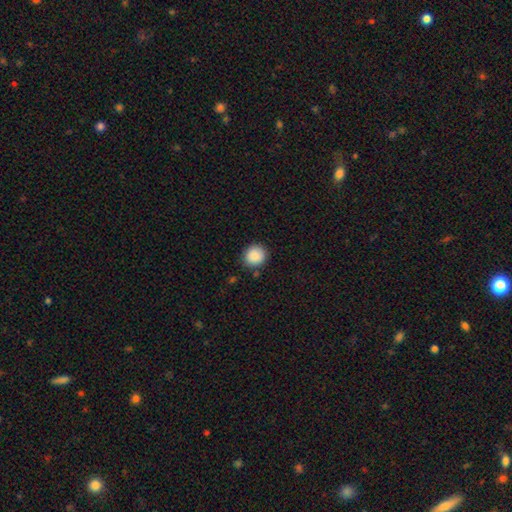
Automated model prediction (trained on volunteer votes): Smooth or featured: smooth — 88% (star or artifact — 8%)
How rounded: round — 86% (in between — 13%)
Merging: none — 88% (minor disturbance — 8%)